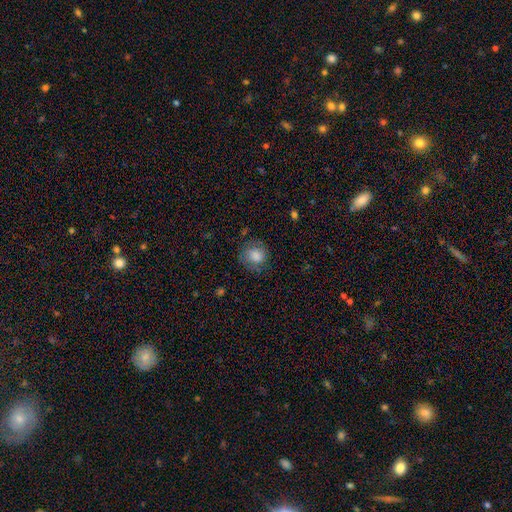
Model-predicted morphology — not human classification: The model was most divided on "merging": none: 70%, minor disturbance: 20%, major disturbance: 8%, merger: 1%. More confident: how rounded — round (79%); smooth or featured — smooth (78%).